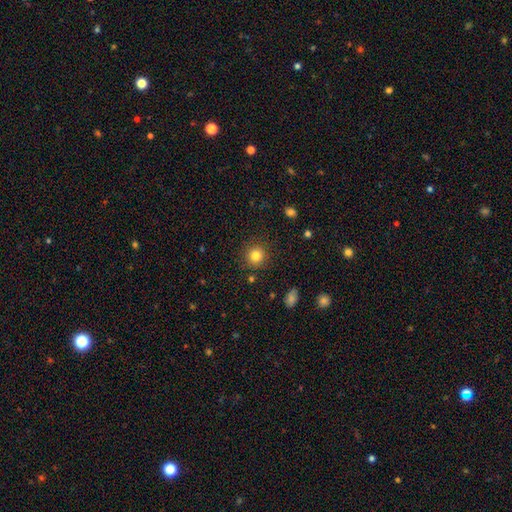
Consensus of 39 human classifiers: Morphology: type=smooth (85%); roundness=round (91%); merging=none (89%).